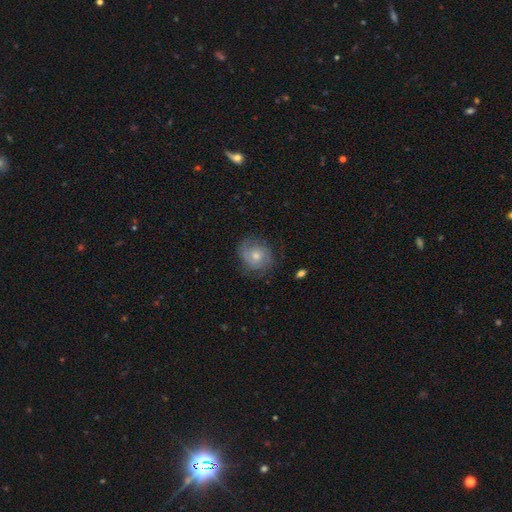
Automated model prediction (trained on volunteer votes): A featured or disk galaxy (59%) with no bar (80%), spiral arms (85%) and a moderate central bulge (57%).

Vote fractions:
- Smooth or featured? featured or disk: 59% / smooth: 30% / star or artifact: 11%
- Edge-on disk? no: 97% / yes: 3%
- Bar? no: 80% / weak: 17% / strong: 3%
- Spiral arms? yes: 85% / no: 15%
- Bulge size? moderate: 57% / small: 37% / large: 3% / none: 2% / dominant: 1%
- Merging? none: 75% / minor disturbance: 17% / major disturbance: 7% / merger: 1%